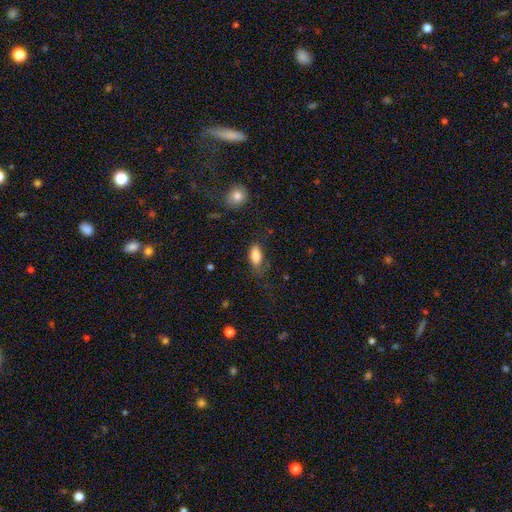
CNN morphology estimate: Smooth or featured: smooth — 85% (star or artifact — 8%)
How rounded: in between — 88% (cigar-shaped — 9%)
Merging: none — 60% (minor disturbance — 26%)